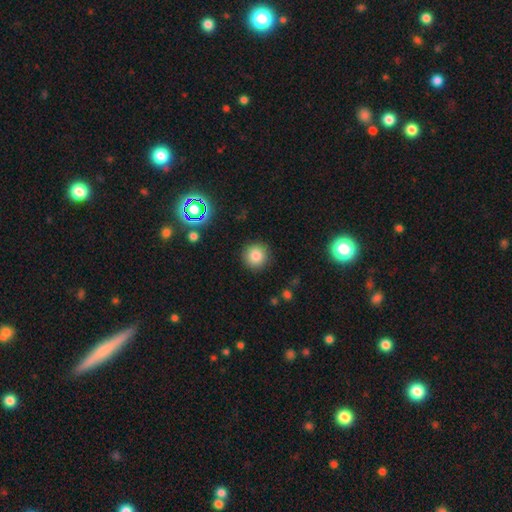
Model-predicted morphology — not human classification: smooth-or-featured: smooth: 81% | star or artifact: 12% | featured or disk: 7%
  how-rounded: round: 95% | in between: 4% | cigar-shaped: 1%
  merging: none: 90% | minor disturbance: 6% | major disturbance: 2% | merger: 1%